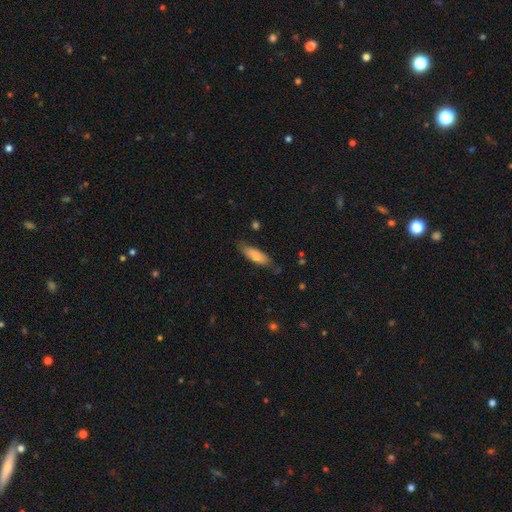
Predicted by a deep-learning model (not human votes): Smooth or featured?
  - smooth: 79% *
  - featured or disk: 15%
  - star or artifact: 6%
How rounded?
  - in between: 61% *
  - cigar-shaped: 37%
  - round: 2%
Merging?
  - none: 68% *
  - minor disturbance: 24%
  - major disturbance: 6%
  - merger: 2%